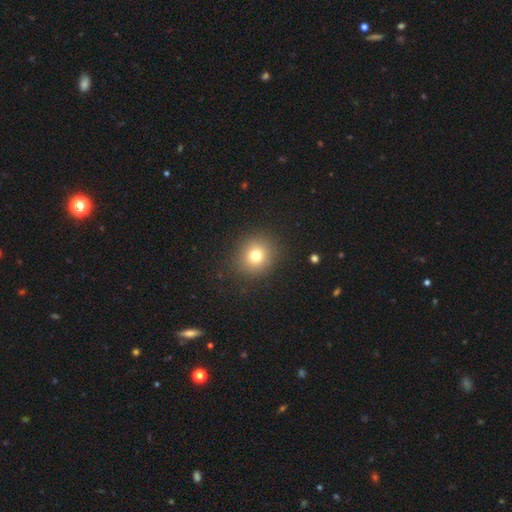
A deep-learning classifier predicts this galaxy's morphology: Smooth or featured? Predicted: smooth (p=0.76). How rounded? Predicted: round (p=0.85). Merging? Predicted: none (p=0.88).